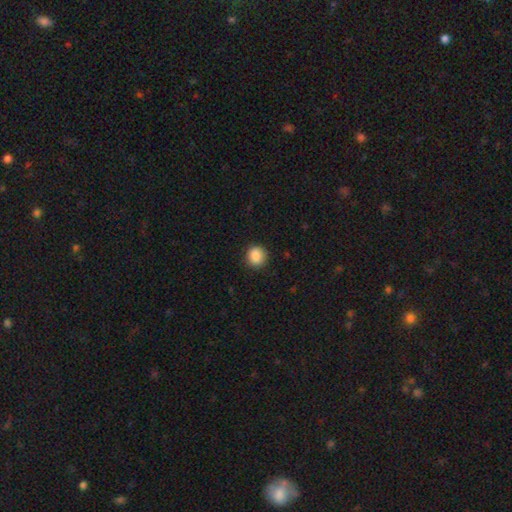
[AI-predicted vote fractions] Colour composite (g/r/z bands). It shows a smooth galaxy with no disk features (88%) that is round (82%). Merging: none (87%).